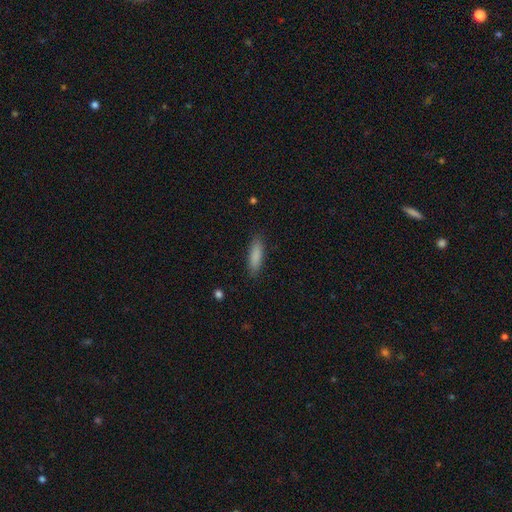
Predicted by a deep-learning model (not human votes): smooth-or-featured: smooth: 86% | featured or disk: 8% | star or artifact: 6%
  how-rounded: cigar-shaped: 65% | in between: 33% | round: 2%
  merging: none: 87% | minor disturbance: 10% | major disturbance: 2% | merger: 1%